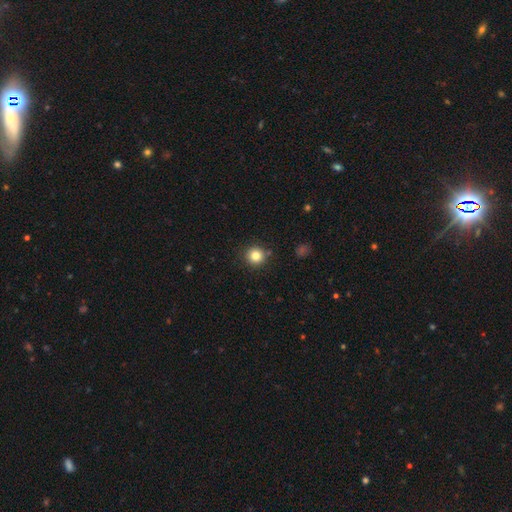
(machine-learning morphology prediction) Overall: smooth (83%). How rounded: round (95%). Merging: none (88%).